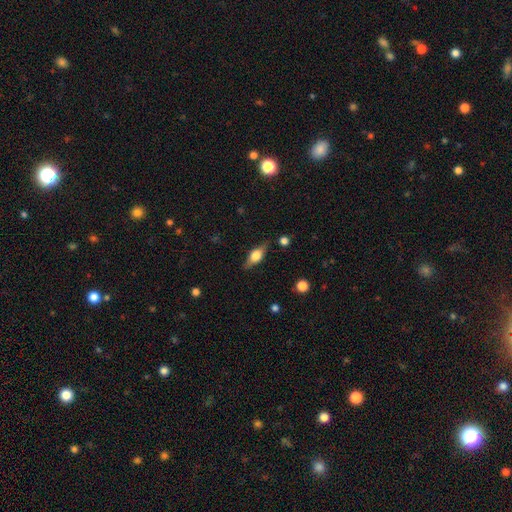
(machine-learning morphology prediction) This appears to be a featured or disk galaxy (49%). Merging: none (81%).